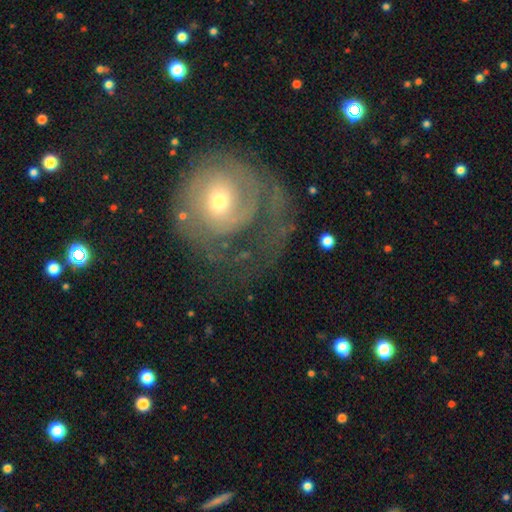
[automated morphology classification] Q: Smooth or featured?
A: featured or disk (65%); runner-up: smooth (25%)
Q: Edge-on disk?
A: no (97%); runner-up: yes (3%)
Q: Bar?
A: no (71%); runner-up: weak (23%)
Q: Spiral arms?
A: yes (67%); runner-up: no (33%)
Q: Bulge size?
A: moderate (49%); runner-up: small (44%)
Q: Merging?
A: none (42%); runner-up: major disturbance (38%)